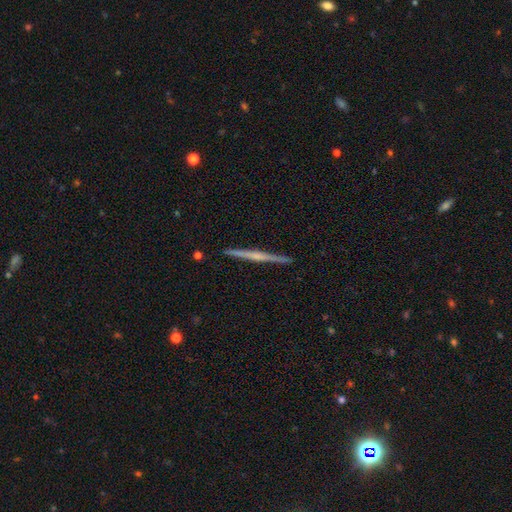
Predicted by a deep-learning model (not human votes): Smooth or featured? featured or disk (72%)
Edge-on disk? yes (98%)
Edge-on bulge? rounded (48%)
Merging? none (92%)